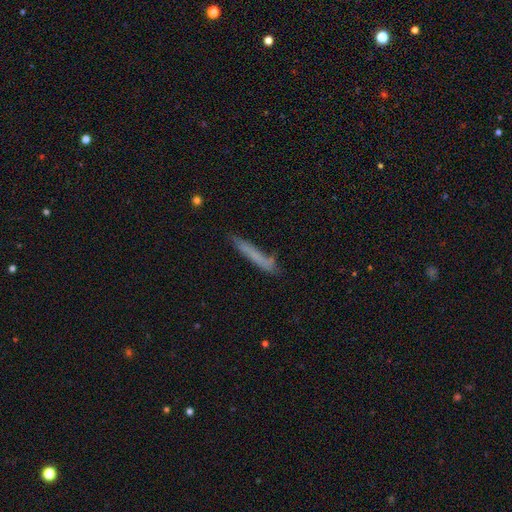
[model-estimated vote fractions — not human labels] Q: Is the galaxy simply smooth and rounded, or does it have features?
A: smooth — 64%.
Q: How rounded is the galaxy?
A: cigar-shaped — 95%.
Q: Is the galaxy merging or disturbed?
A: none — 72%.